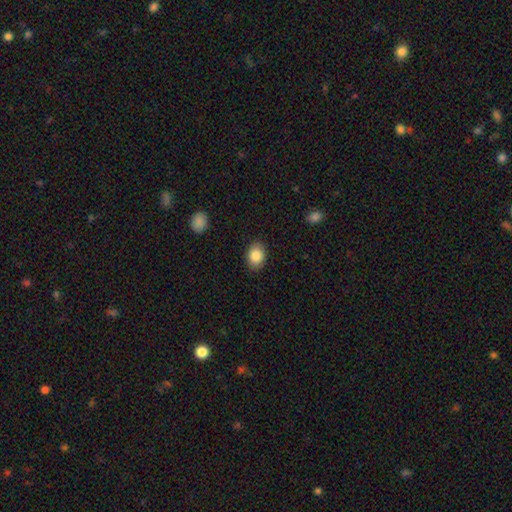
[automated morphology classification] A smooth galaxy with no disk features (86%) that is in between round and cigar-shaped (71%). Merging: none (87%).